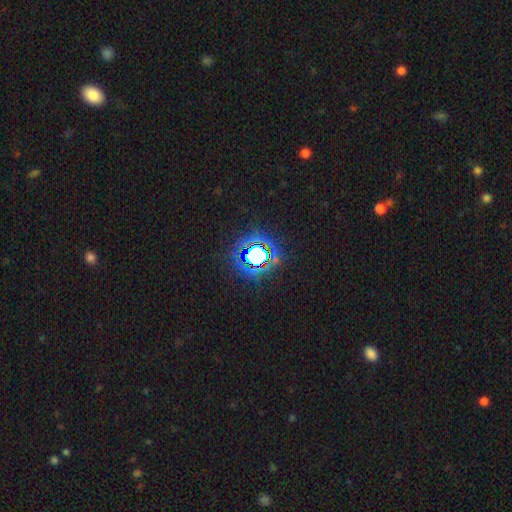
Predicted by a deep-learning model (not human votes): A star or artifact, not a galaxy (71%).